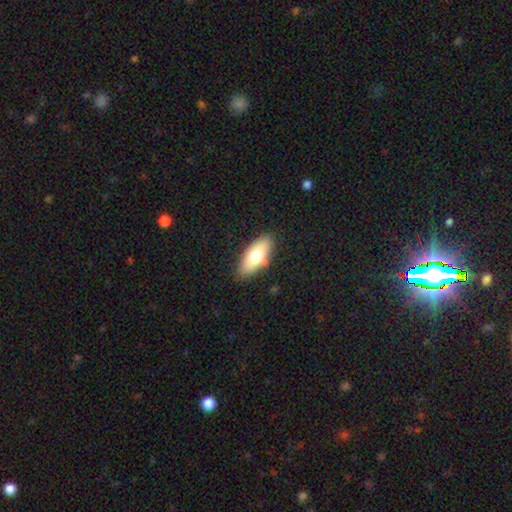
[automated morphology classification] A smooth galaxy with no disk features (72%) that is in between round and cigar-shaped (78%).

Vote fractions:
- Smooth or featured? smooth: 72% / featured or disk: 22% / star or artifact: 7%
- How rounded? in between: 78% / cigar-shaped: 20% / round: 2%
- Merging? none: 83% / minor disturbance: 12% / major disturbance: 3% / merger: 2%